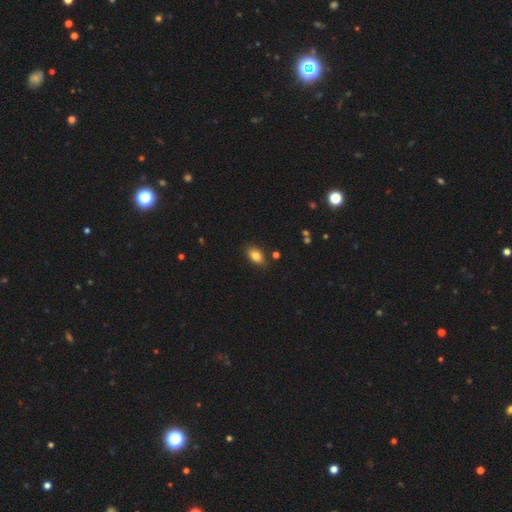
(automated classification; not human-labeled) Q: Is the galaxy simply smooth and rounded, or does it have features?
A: smooth — 83%.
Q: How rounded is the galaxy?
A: in between — 85%.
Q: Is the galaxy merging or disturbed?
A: none — 84%.